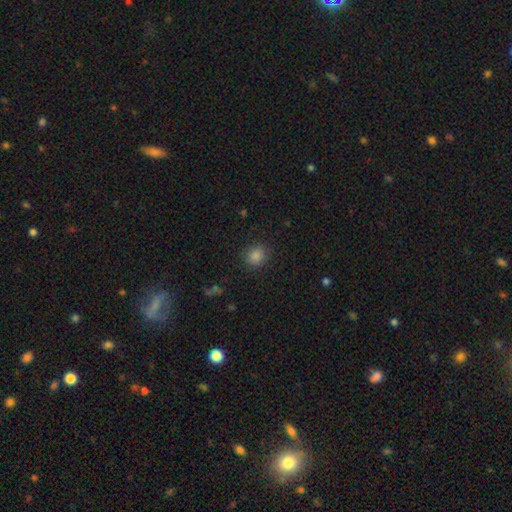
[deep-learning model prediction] The model was most divided on "how rounded": round: 79%, in between: 20%, cigar-shaped: 1%. More confident: merging — none (89%); smooth or featured — smooth (82%).